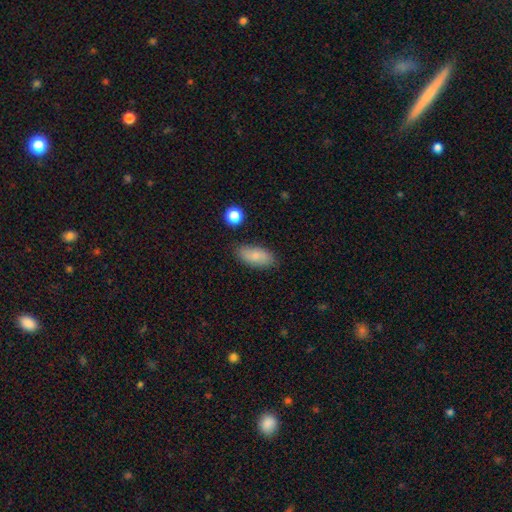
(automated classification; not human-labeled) This appears to be a smooth galaxy with no disk features (78%) that is in between round and cigar-shaped (89%). Merging: none (81%).